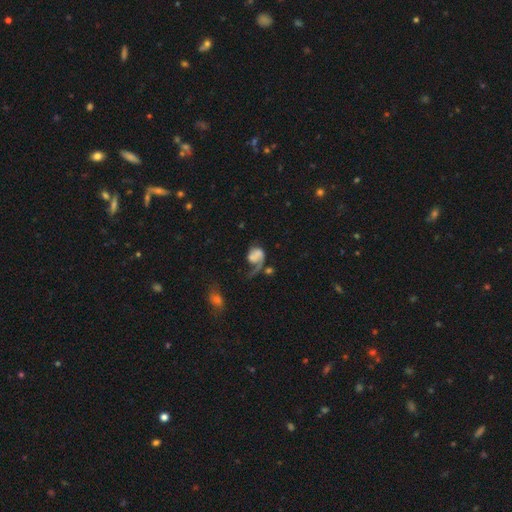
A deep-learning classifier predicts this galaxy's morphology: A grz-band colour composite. It shows a featured or disk galaxy (55%) with no bar (74%), spiral arms (76%) and no central bulge (52%). Merging: major disturbance (46%).